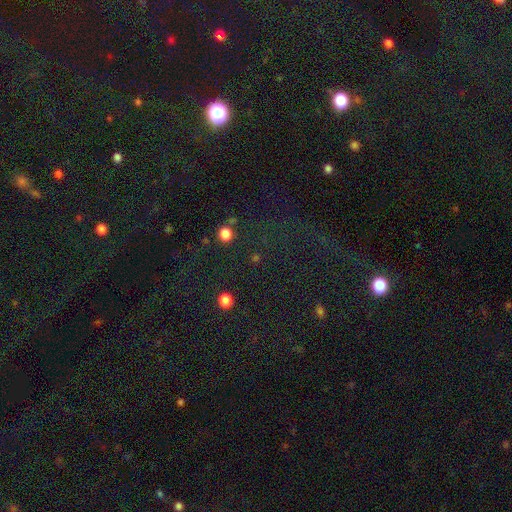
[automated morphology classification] smooth-or-featured: star or artifact: 70% | smooth: 20% | featured or disk: 10%